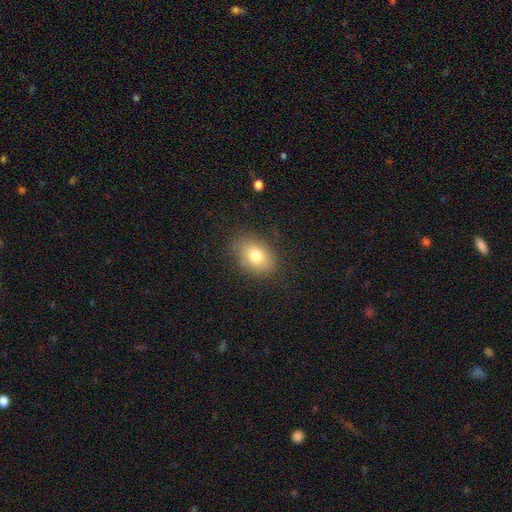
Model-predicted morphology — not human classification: Q: Smooth or featured?
A: smooth (77%); runner-up: featured or disk (13%)
Q: How rounded?
A: in between (73%); runner-up: round (26%)
Q: Merging?
A: none (81%); runner-up: minor disturbance (13%)